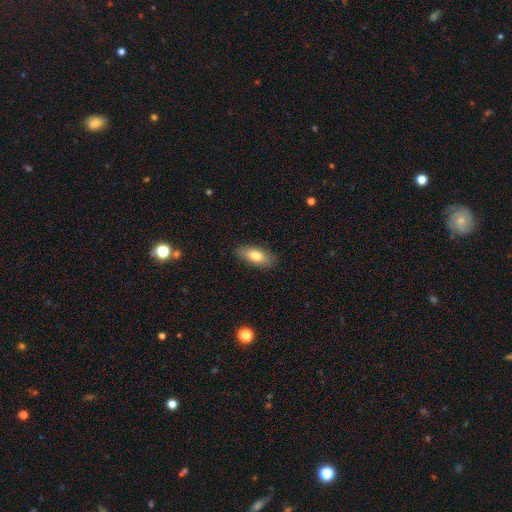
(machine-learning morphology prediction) This appears to be a smooth galaxy with no disk features (79%) that is in between round and cigar-shaped (82%). Merging: none (86%).